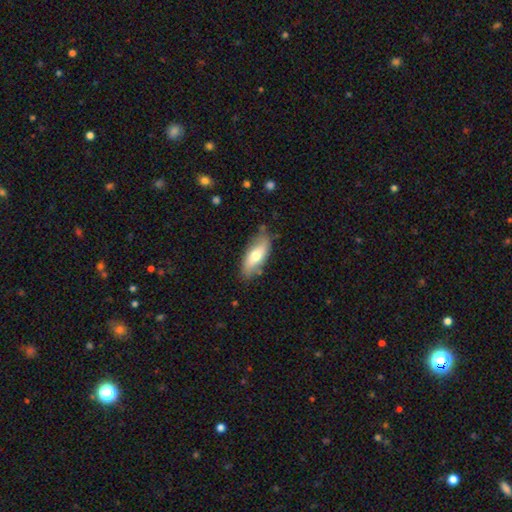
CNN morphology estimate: This is likely a smooth galaxy (62%). How rounded: likely in between (79%). Merging: likely none (75%).